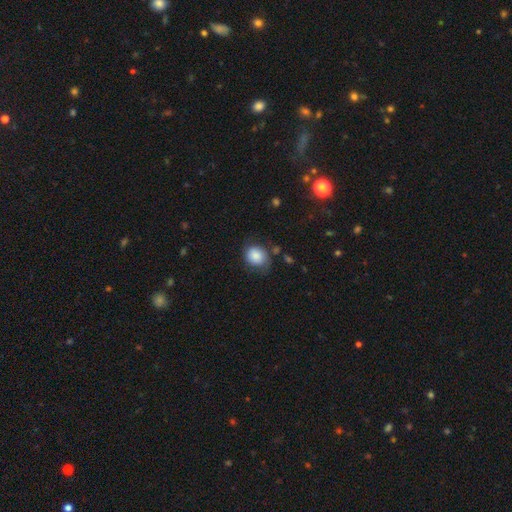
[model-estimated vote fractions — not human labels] Q: Smooth or featured?
A: smooth (85%); runner-up: star or artifact (8%)
Q: How rounded?
A: round (60%); runner-up: in between (40%)
Q: Merging?
A: none (65%); runner-up: minor disturbance (25%)